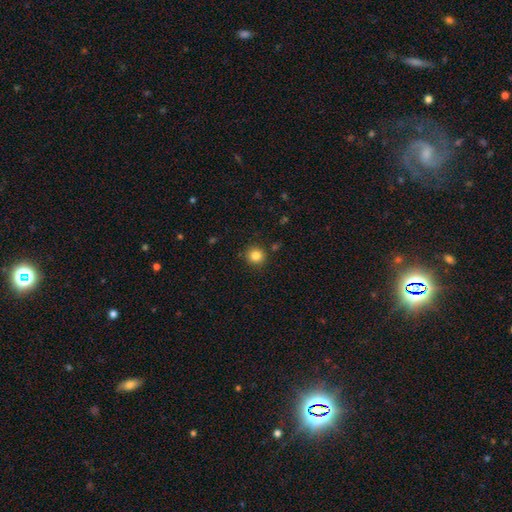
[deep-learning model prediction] This is clearly a smooth galaxy (84%). How rounded: clearly round (92%). Merging: clearly none (89%).